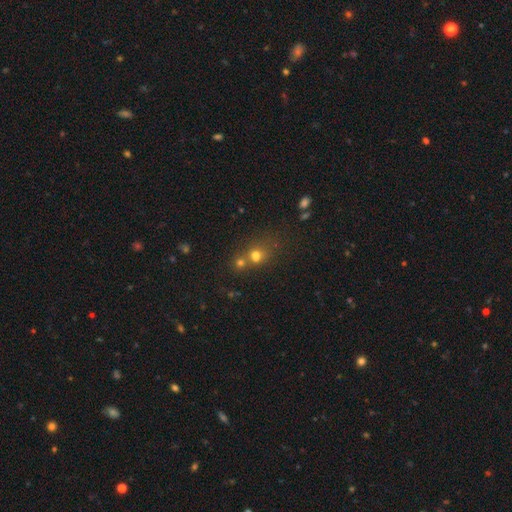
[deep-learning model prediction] Smooth or featured: smooth — 67% (star or artifact — 19%)
How rounded: round — 72% (in between — 26%)
Merging: merger — 49% (none — 38%)